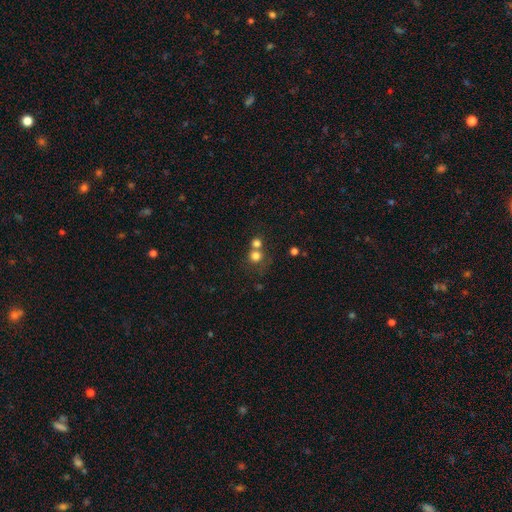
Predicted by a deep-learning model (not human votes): smooth_or_featured: smooth (p=0.76) [alt: star or artifact p=0.14]
how_rounded: round (p=0.86) [alt: in between p=0.13]
merging: none (p=0.46) [alt: merger p=0.42]